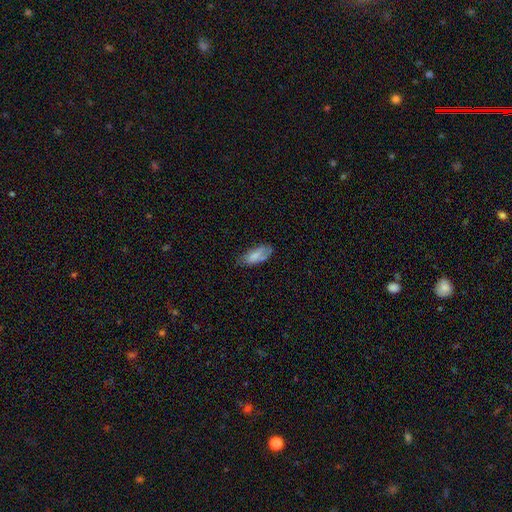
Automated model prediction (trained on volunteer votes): A smooth galaxy with no disk features (74%) that is in between round and cigar-shaped (82%). Merging: none (57%).